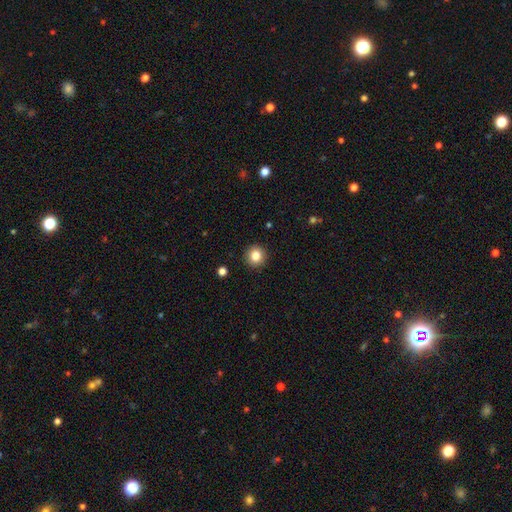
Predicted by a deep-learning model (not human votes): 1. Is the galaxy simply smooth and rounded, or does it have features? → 84% smooth, 10% star or artifact, 6% featured or disk.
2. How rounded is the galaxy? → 93% round, 6% in between, 1% cigar-shaped.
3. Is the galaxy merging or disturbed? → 92% none, 5% minor disturbance, 2% major disturbance, 1% merger.